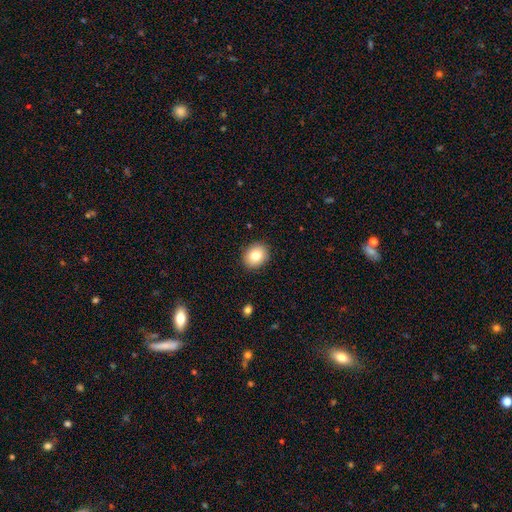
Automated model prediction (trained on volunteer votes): Smooth or featured? Predicted: smooth (p=0.81). How rounded? Predicted: round (p=0.63). Merging? Predicted: none (p=0.90).